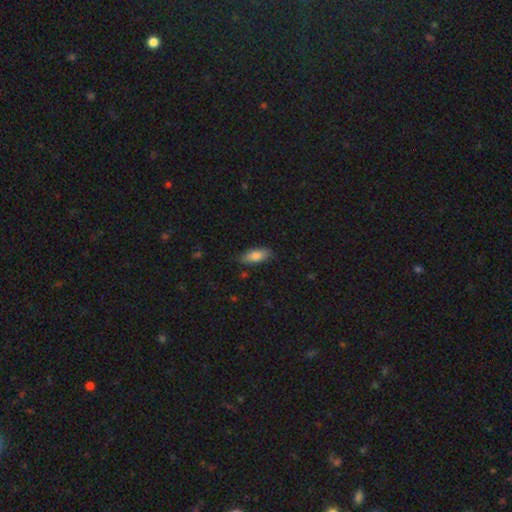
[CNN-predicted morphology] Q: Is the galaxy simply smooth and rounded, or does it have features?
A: smooth — 84%.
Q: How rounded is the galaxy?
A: in between — 80%.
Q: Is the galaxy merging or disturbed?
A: none — 84%.